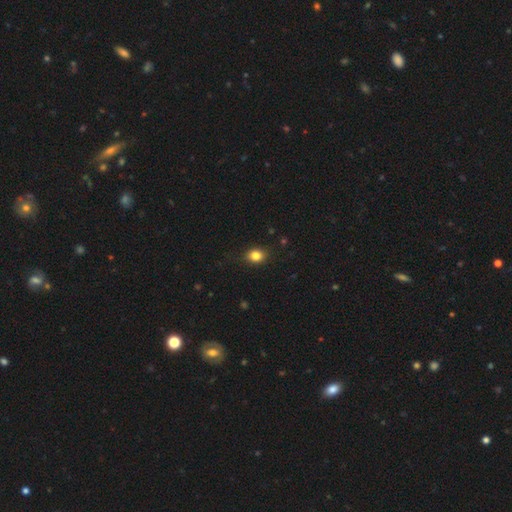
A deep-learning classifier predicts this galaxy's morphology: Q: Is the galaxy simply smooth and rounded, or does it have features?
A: smooth — 83%.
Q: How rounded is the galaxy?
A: round — 53%.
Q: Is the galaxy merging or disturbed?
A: none — 85%.